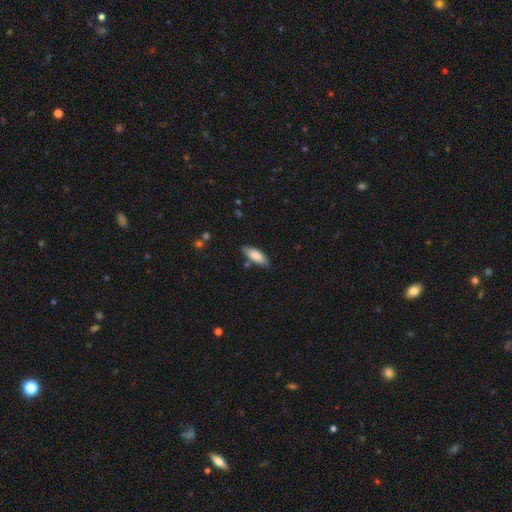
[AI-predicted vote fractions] Morphology: type=smooth (83%); roundness=in between (68%); merging=none (77%).